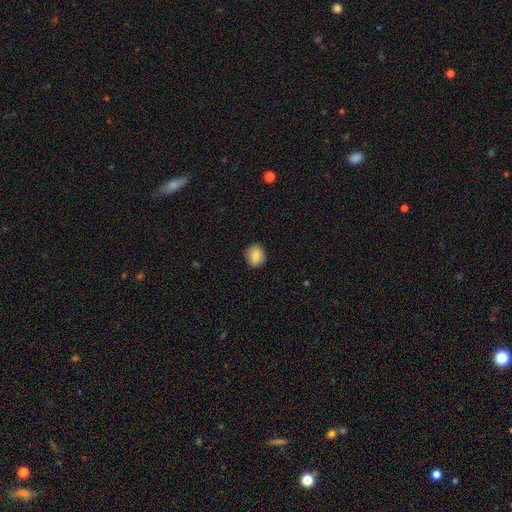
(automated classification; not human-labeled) Morphology: type=smooth (83%); roundness=round (73%); merging=none (88%).